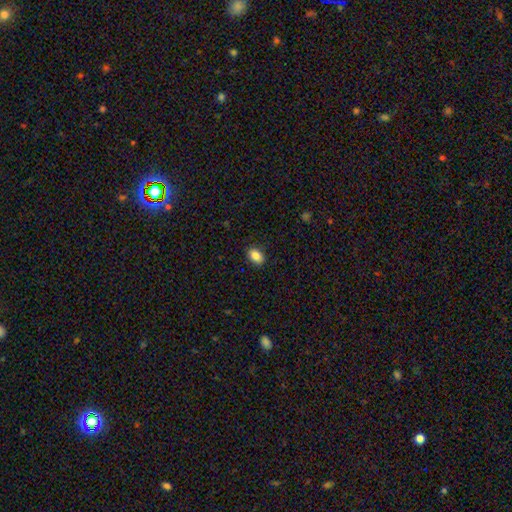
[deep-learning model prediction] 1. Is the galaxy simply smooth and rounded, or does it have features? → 86% smooth, 9% star or artifact, 5% featured or disk.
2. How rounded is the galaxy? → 79% in between, 20% round, 1% cigar-shaped.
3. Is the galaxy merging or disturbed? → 89% none, 9% minor disturbance, 2% major disturbance, 1% merger.